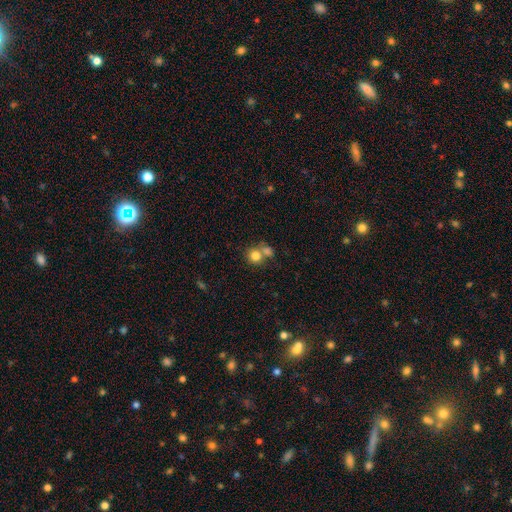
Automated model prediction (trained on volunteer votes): Smooth or featured? smooth (80%)
How rounded? round (84%)
Merging? none (48%)